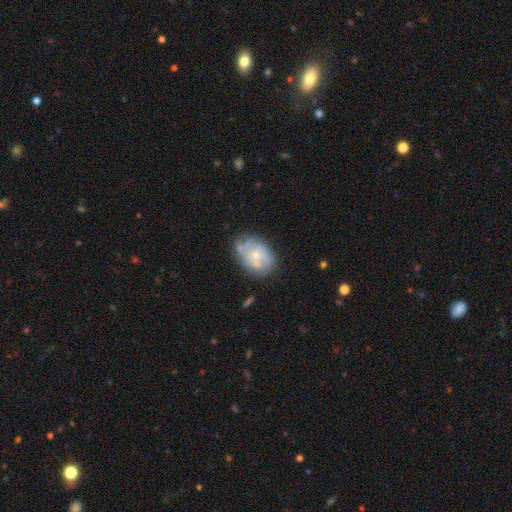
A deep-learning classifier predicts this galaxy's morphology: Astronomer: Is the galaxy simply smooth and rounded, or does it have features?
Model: featured or disk — 59% (runner-up: smooth, 34%).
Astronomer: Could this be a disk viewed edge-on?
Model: no — 97%.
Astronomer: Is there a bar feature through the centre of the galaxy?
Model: no — 86%.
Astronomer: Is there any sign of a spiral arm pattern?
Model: no — 60% (runner-up: yes, 40%).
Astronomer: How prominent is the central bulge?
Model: small — 53% (runner-up: moderate, 43%).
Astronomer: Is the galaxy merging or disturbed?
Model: none — 55%.